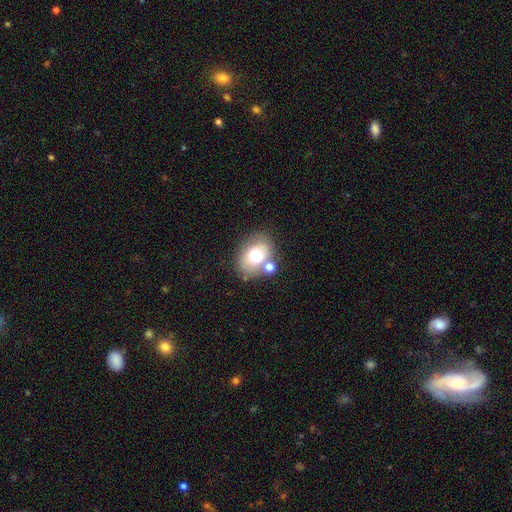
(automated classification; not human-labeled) A smooth galaxy with no disk features (66%) that is in between round and cigar-shaped (70%). Merging: none (62%).